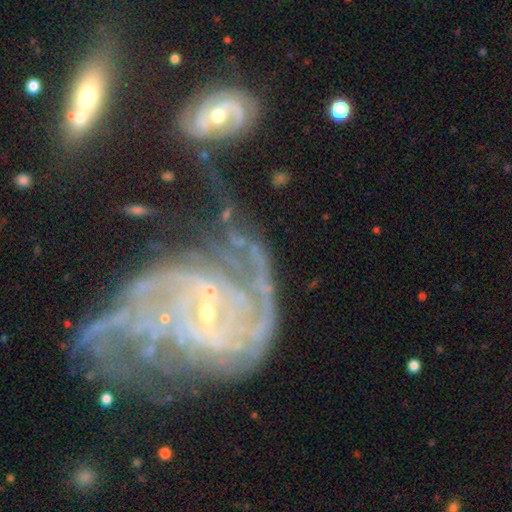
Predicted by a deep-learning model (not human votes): smooth_or_featured: featured or disk (p=0.85) [alt: star or artifact p=0.08]
disk_edge_on: no (p=0.97) [alt: yes p=0.03]
bar: weak (p=0.37) [alt: no p=0.36]
has_spiral_arms: yes (p=0.96) [alt: no p=0.04]
spiral_winding: tight (p=0.53) [alt: medium p=0.36]
spiral_arm_count: 2 (p=0.30) [alt: can't tell p=0.20]
bulge_size: small (p=0.79) [alt: moderate p=0.16]
merging: none (p=0.49) [alt: minor disturbance p=0.20]